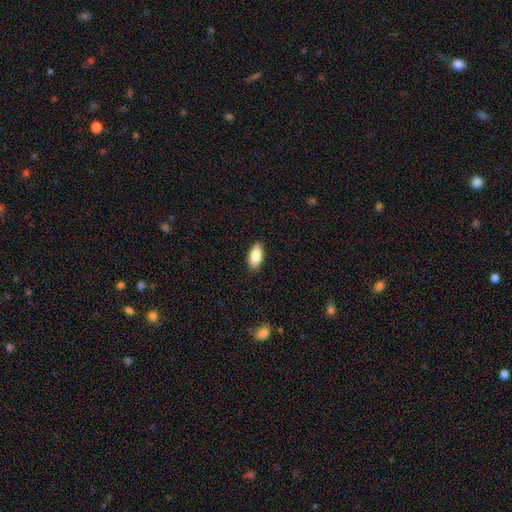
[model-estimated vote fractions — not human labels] smooth_or_featured: smooth (p=0.82) [alt: featured or disk p=0.11]
how_rounded: in between (p=0.88) [alt: cigar-shaped p=0.10]
merging: none (p=0.89) [alt: minor disturbance p=0.08]